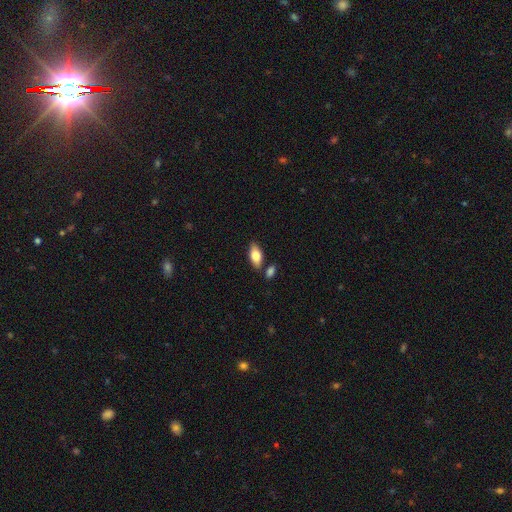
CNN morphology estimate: smooth-or-featured: smooth: 75% | featured or disk: 19% | star or artifact: 7%
  how-rounded: in between: 87% | cigar-shaped: 9% | round: 4%
  merging: none: 76% | minor disturbance: 12% | merger: 10% | major disturbance: 3%